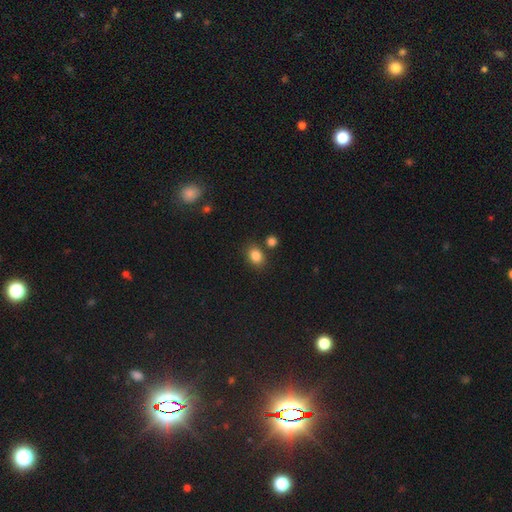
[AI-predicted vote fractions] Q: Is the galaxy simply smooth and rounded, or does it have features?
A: smooth — 84%.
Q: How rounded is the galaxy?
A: in between — 58%.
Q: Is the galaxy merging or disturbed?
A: none — 76%.